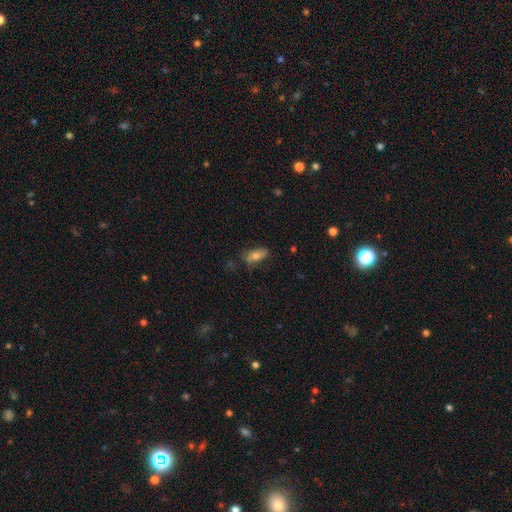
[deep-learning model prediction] smooth-or-featured: smooth: 69% | featured or disk: 23% | star or artifact: 8%
  how-rounded: in between: 80% | cigar-shaped: 16% | round: 4%
  merging: none: 69% | minor disturbance: 23% | major disturbance: 6% | merger: 2%